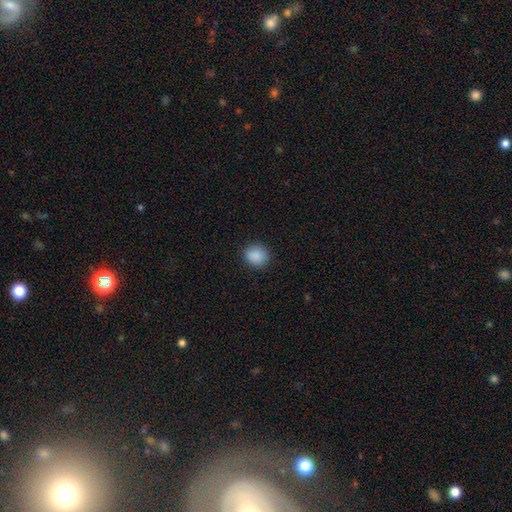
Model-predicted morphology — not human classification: type=smooth (89%); roundness=round (79%); merging=none (88%).